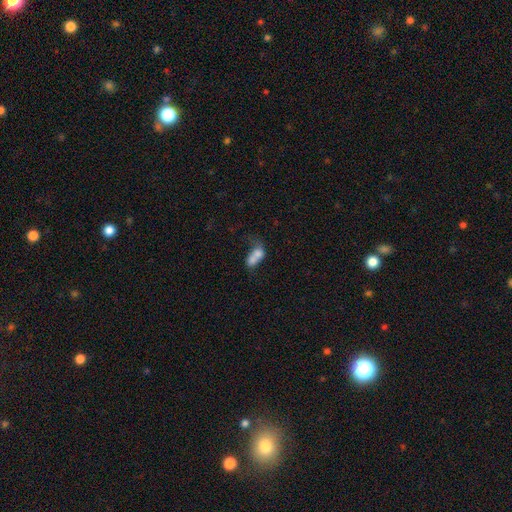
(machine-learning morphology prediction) smooth_or_featured: smooth (p=0.67) [alt: featured or disk p=0.22]
how_rounded: in between (p=0.71) [alt: round p=0.23]
merging: merger (p=0.67) [alt: none p=0.14]